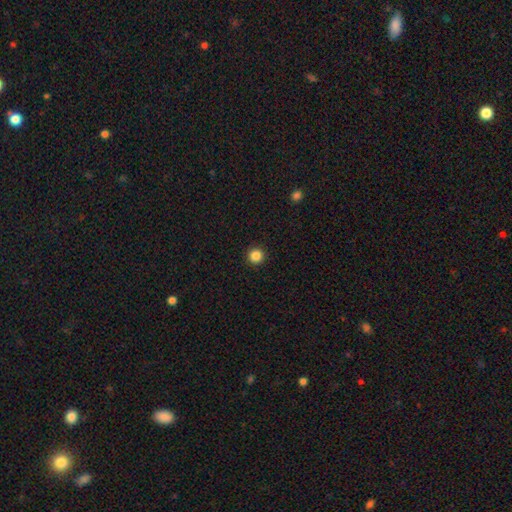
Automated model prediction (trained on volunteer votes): Smooth or featured: smooth — 86% (star or artifact — 11%)
How rounded: round — 96% (in between — 3%)
Merging: none — 94% (minor disturbance — 4%)